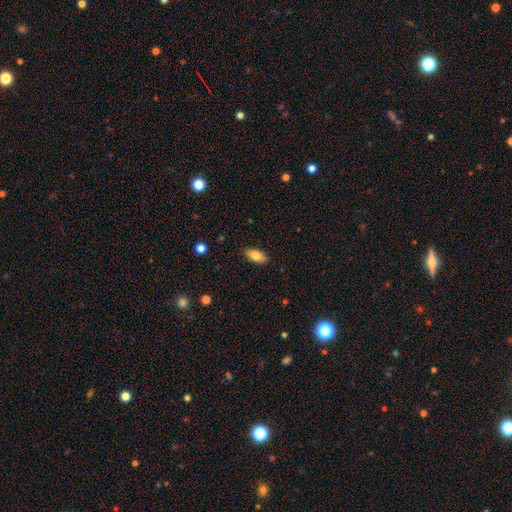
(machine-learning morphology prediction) Overall: smooth (80%). How rounded: in between (89%). Merging: none (87%).